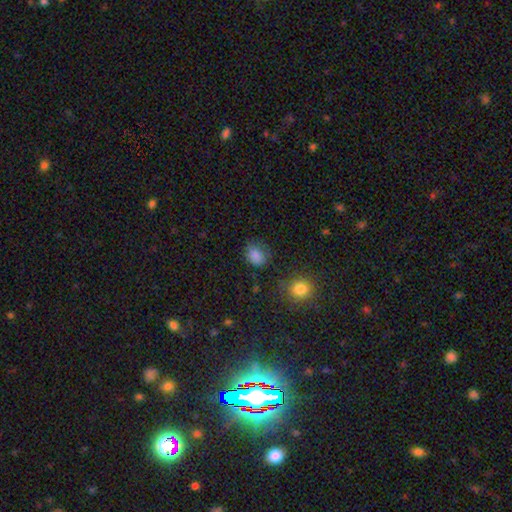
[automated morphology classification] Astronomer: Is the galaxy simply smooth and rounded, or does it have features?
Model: smooth — 84%.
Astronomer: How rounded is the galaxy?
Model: in between — 53% (runner-up: round, 46%).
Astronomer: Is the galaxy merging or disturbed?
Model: none — 69%.